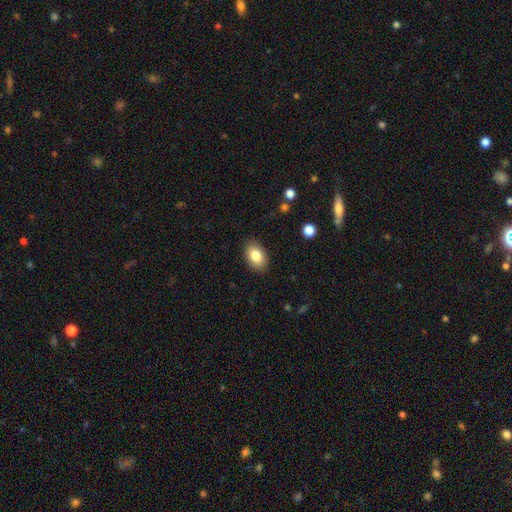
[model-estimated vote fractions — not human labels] Smooth or featured?
  - smooth: 84% *
  - featured or disk: 9%
  - star or artifact: 7%
How rounded?
  - in between: 90% *
  - round: 9%
  - cigar-shaped: 1%
Merging?
  - none: 88% *
  - minor disturbance: 9%
  - major disturbance: 2%
  - merger: 1%